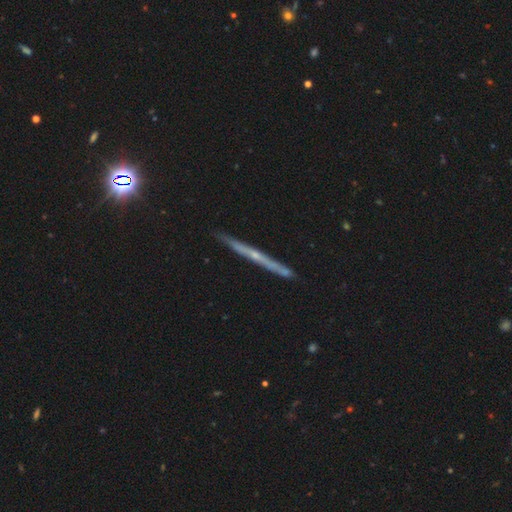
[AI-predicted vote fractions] A featured or disk galaxy (73%) viewed edge-on (97%) with no central bulge (52%). Merging: none (87%).